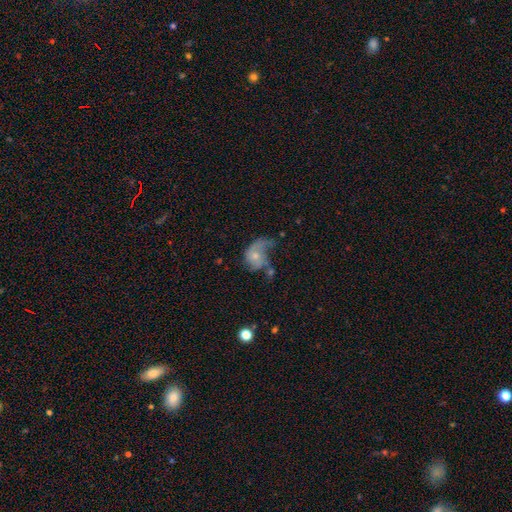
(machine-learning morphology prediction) type=featured or disk (62%); edge-on=no (97%); bar=no (76%); spiral arms=yes (81%); bulge=small (51%); merging=major disturbance (42%).